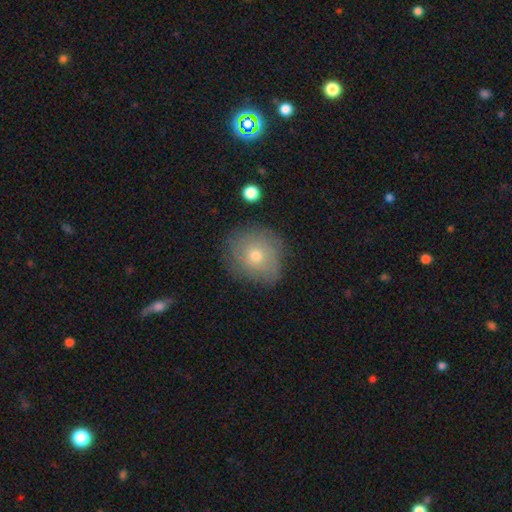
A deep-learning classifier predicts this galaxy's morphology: Smooth or featured: smooth — 51% (featured or disk — 36%)
How rounded: round — 84% (in between — 15%)
Merging: none — 76% (minor disturbance — 17%)